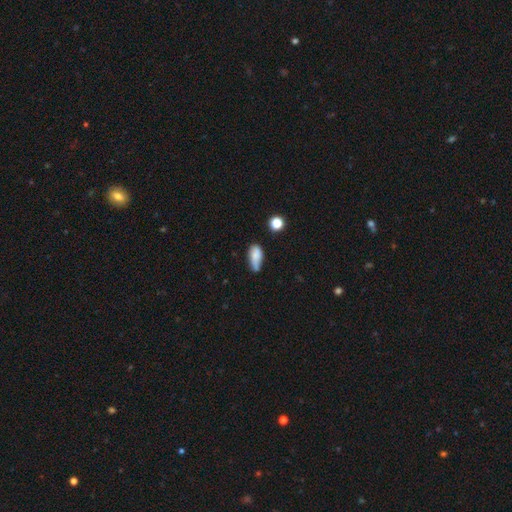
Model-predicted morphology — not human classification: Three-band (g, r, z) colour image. It shows a smooth galaxy with no disk features (78%) that is in between round and cigar-shaped (83%). Merging: none (43%).